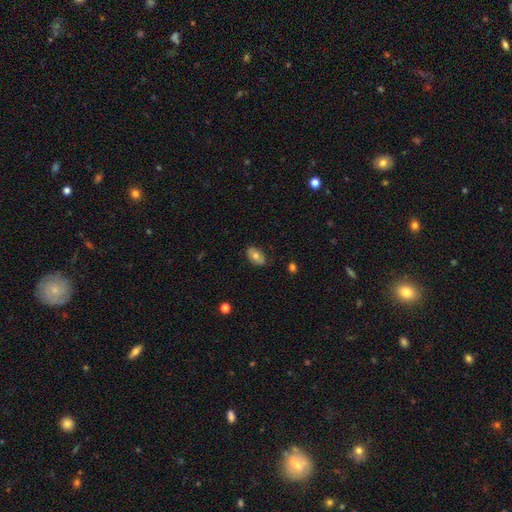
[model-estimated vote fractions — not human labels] This appears to be a smooth galaxy with no disk features (70%) that is in between round and cigar-shaped (91%). Merging: none (81%).